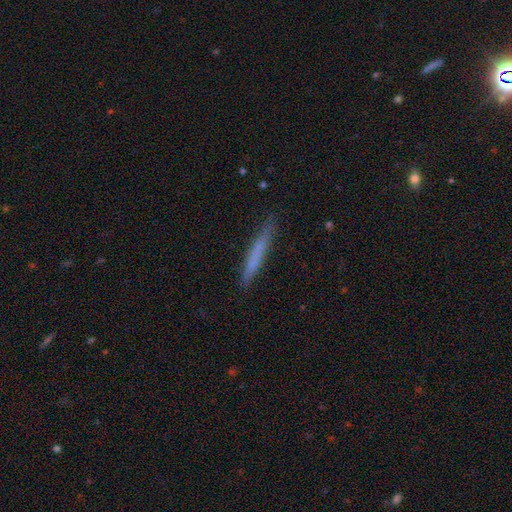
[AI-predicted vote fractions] Smooth or featured? Predicted: smooth (p=0.63). How rounded? Predicted: cigar-shaped (p=0.96). Merging? Predicted: none (p=0.87).